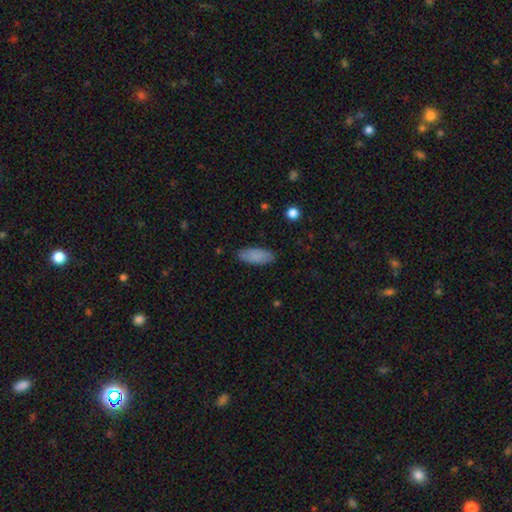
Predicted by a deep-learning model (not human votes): The model was most divided on "how rounded": in between: 78%, cigar-shaped: 20%, round: 2%. More confident: smooth or featured — smooth (87%); merging — none (86%).